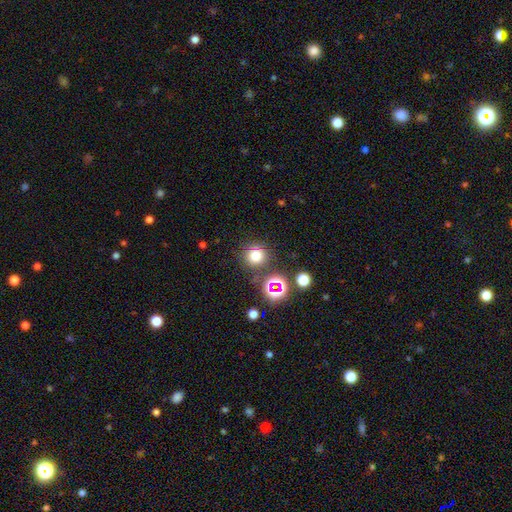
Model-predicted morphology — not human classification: Smooth or featured?
  - smooth: 72% *
  - star or artifact: 22%
  - featured or disk: 7%
How rounded?
  - round: 93% *
  - in between: 6%
  - cigar-shaped: 1%
Merging?
  - none: 82% *
  - minor disturbance: 8%
  - merger: 6%
  - major disturbance: 4%